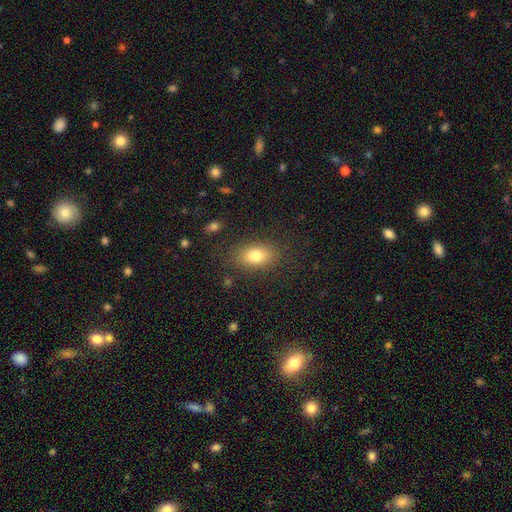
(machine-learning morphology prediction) Overall: smooth (80%). How rounded: in between (85%). Merging: none (82%).